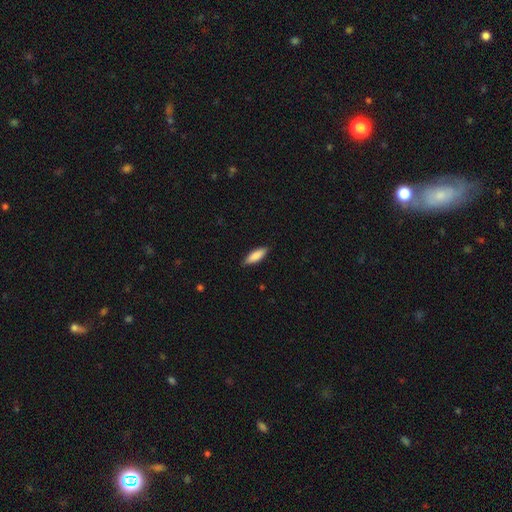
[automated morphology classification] A smooth galaxy with no disk features (85%) that is in between round and cigar-shaped (55%).

Vote fractions:
- Smooth or featured? smooth: 85% / featured or disk: 10% / star or artifact: 5%
- How rounded? in between: 55% / cigar-shaped: 44% / round: 2%
- Merging? none: 87% / minor disturbance: 10% / major disturbance: 2% / merger: 1%